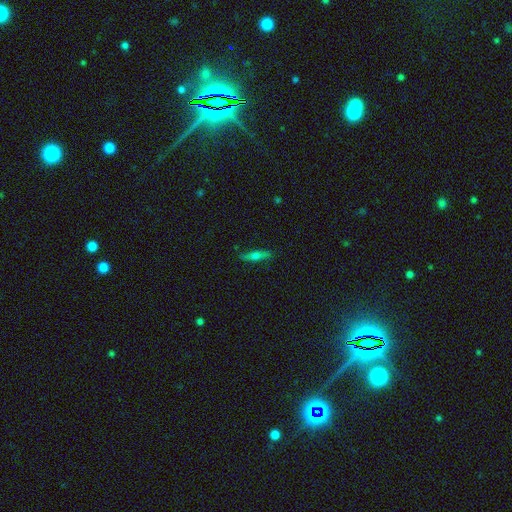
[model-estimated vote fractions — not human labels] A featured or disk galaxy (50%). Merging: none (87%).